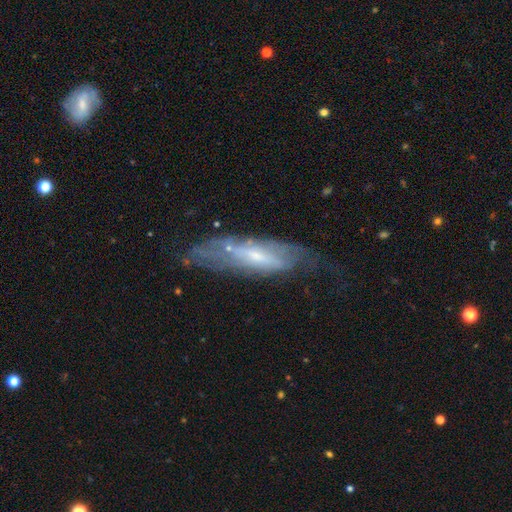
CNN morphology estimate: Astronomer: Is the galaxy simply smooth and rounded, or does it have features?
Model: featured or disk — 67%.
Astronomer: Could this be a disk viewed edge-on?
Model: no — 65%.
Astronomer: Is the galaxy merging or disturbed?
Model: none — 50% (runner-up: minor disturbance, 27%).